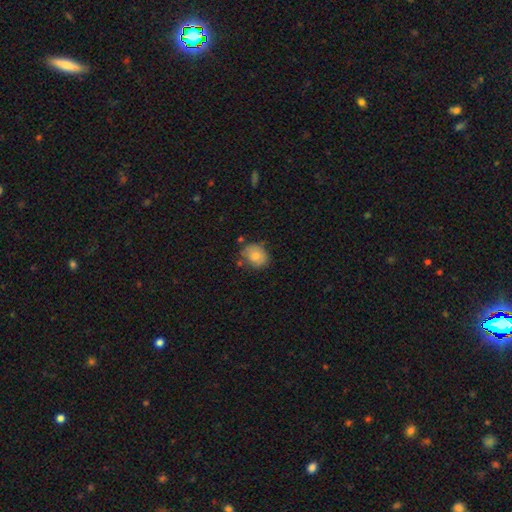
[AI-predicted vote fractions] A smooth galaxy with no disk features (80%) that is round (50%).

Vote fractions:
- Smooth or featured? smooth: 80% / featured or disk: 12% / star or artifact: 8%
- How rounded? round: 50% / in between: 49% / cigar-shaped: 1%
- Merging? none: 70% / minor disturbance: 21% / merger: 5% / major disturbance: 4%